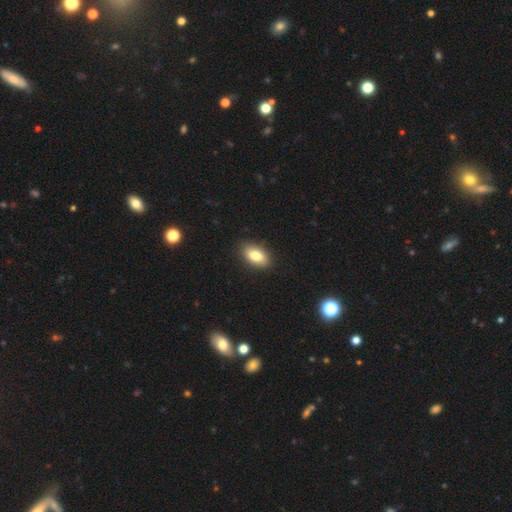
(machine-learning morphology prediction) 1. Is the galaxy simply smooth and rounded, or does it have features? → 82% smooth, 11% featured or disk, 7% star or artifact.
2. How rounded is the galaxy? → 91% in between, 6% round, 3% cigar-shaped.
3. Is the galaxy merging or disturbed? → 89% none, 8% minor disturbance, 2% major disturbance, 1% merger.